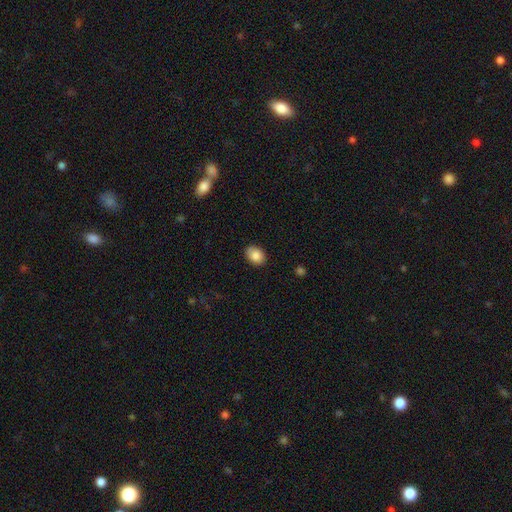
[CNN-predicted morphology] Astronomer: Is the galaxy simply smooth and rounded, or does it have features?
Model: smooth — 87%.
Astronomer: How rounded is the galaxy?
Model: in between — 72%.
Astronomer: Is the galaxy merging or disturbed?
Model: none — 86%.